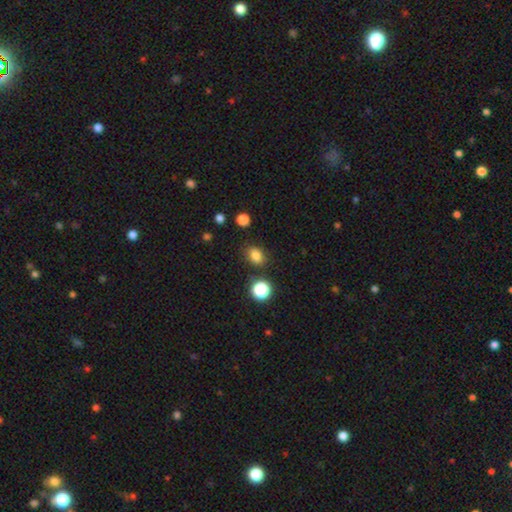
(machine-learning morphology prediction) smooth 82%, star or artifact 13%, featured or disk 5%. Down the decision tree: how rounded — in between (64%); merging — none (82%).